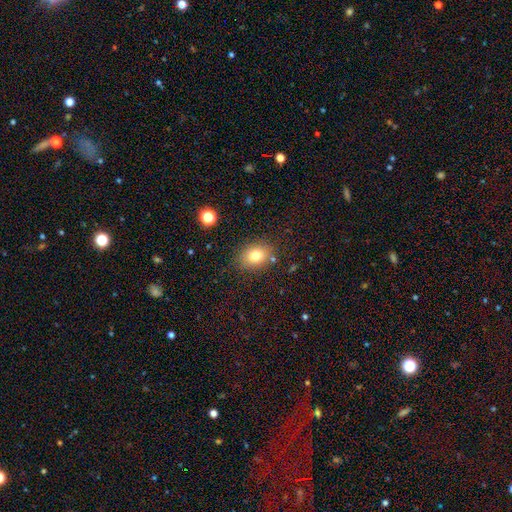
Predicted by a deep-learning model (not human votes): Smooth or featured: smooth — 77% (star or artifact — 12%)
How rounded: in between — 58% (round — 41%)
Merging: none — 81% (minor disturbance — 12%)